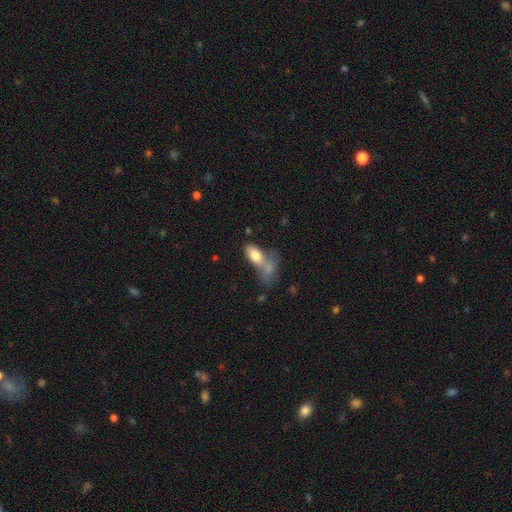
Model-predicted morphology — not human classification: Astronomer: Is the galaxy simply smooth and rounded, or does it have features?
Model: smooth — 76%.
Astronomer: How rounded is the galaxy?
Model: in between — 86%.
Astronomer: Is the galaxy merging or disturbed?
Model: merger — 49%.